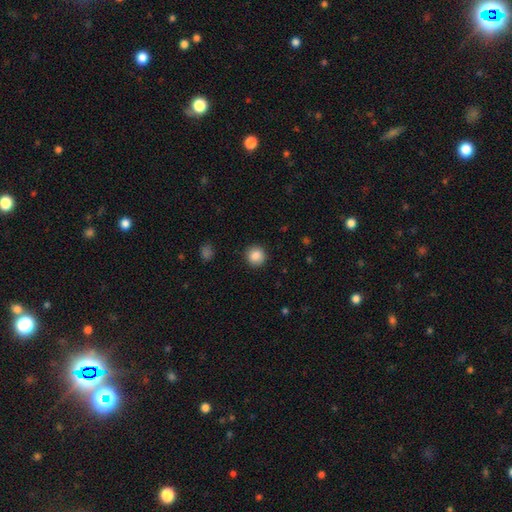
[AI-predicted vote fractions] Smooth or featured? Predicted: smooth (p=0.87). How rounded? Predicted: round (p=0.94). Merging? Predicted: none (p=0.91).